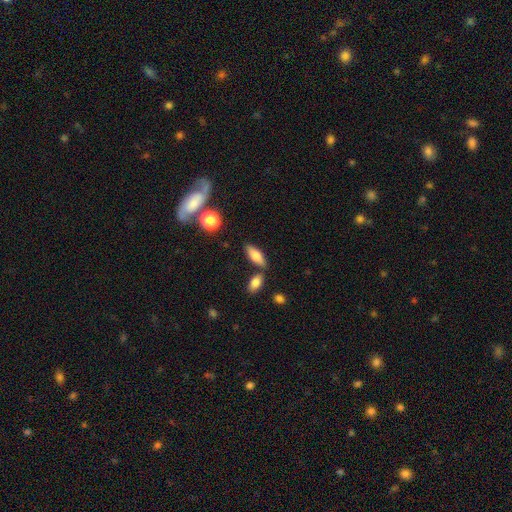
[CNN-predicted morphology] Smooth or featured? smooth (71%)
How rounded? in between (68%)
Merging? none (74%)